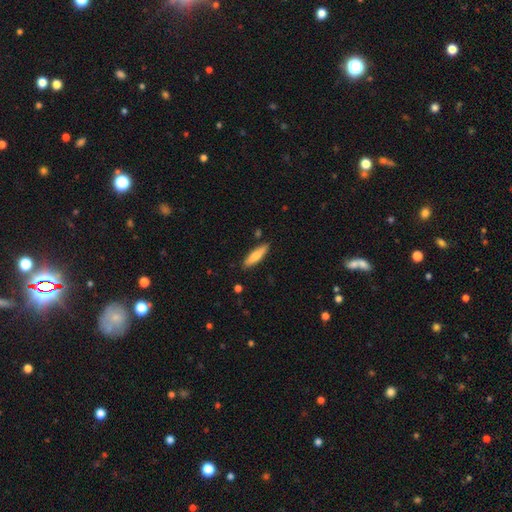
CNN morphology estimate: Smooth or featured? smooth (72%)
How rounded? cigar-shaped (71%)
Merging? none (86%)